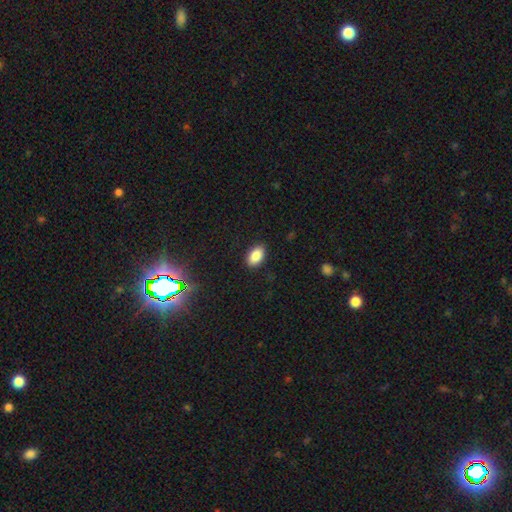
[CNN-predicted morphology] Q: Smooth or featured?
A: smooth (86%); runner-up: star or artifact (9%)
Q: How rounded?
A: in between (91%); runner-up: round (7%)
Q: Merging?
A: none (88%); runner-up: minor disturbance (9%)